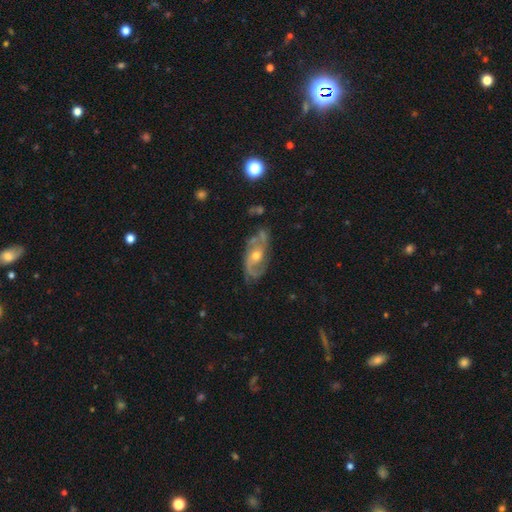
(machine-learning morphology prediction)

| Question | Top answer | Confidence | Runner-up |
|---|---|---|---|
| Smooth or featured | featured or disk | 82% | smooth (11%) |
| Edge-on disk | no | 93% | yes (7%) |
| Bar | no | 64% | weak (29%) |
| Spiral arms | yes | 91% | no (9%) |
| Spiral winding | medium | 47% | loose (28%) |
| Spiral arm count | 2 | 77% | can't tell (11%) |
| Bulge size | moderate | 62% | small (33%) |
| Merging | none | 64% | minor disturbance (23%) |